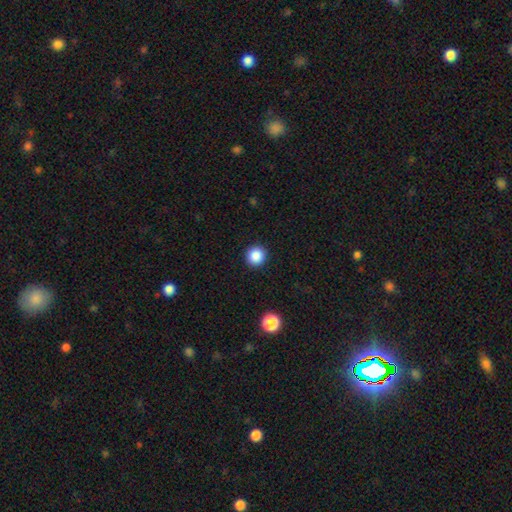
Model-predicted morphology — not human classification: type=smooth (86%); roundness=round (95%); merging=none (93%).